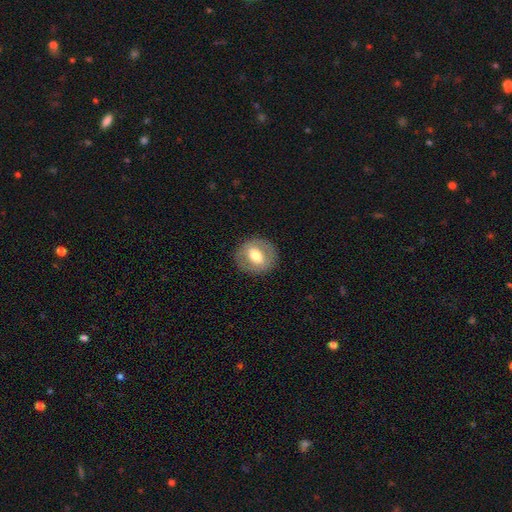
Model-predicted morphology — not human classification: This appears to be a smooth galaxy with no disk features (56%) that is round (72%). Merging: none (86%).